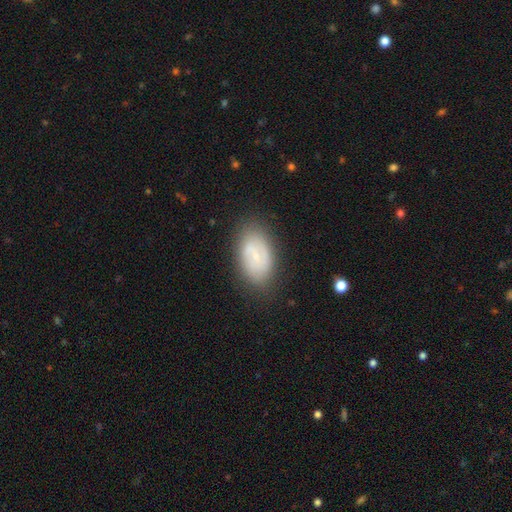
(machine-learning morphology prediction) smooth-or-featured: smooth: 50% | featured or disk: 42% | star or artifact: 8%
  how-rounded: in between: 90% | round: 8% | cigar-shaped: 2%
  merging: none: 79% | minor disturbance: 15% | major disturbance: 5% | merger: 2%